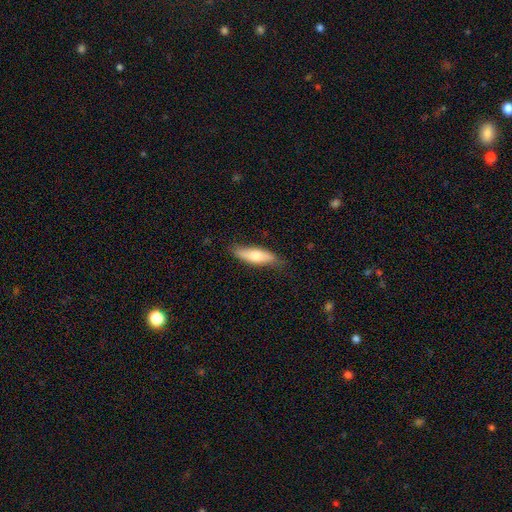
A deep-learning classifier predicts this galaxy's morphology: This is likely a smooth galaxy (69%). How rounded: possibly cigar-shaped (56%). Merging: likely none (77%).